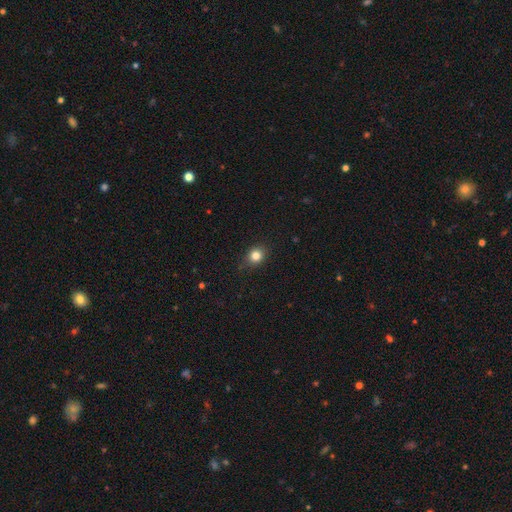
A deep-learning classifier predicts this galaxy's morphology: A smooth galaxy with no disk features (82%) that is round (69%). Merging: none (84%).